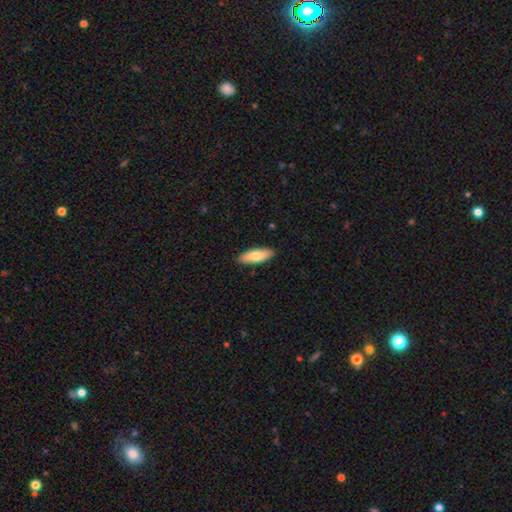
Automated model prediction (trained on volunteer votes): Smooth or featured? smooth (76%)
How rounded? in between (63%)
Merging? none (90%)